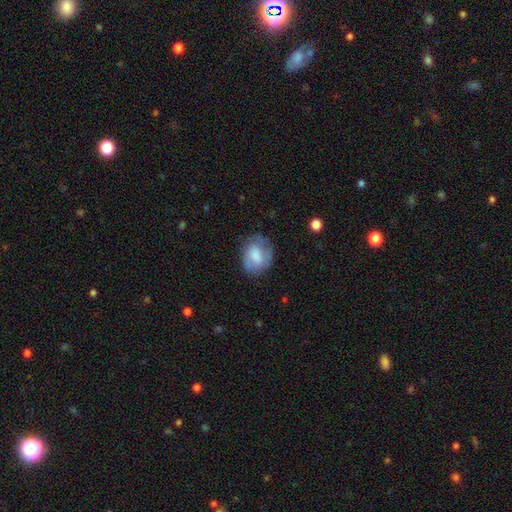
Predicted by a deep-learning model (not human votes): Morphology: type=smooth (63%); roundness=in between (61%); merging=none (63%).